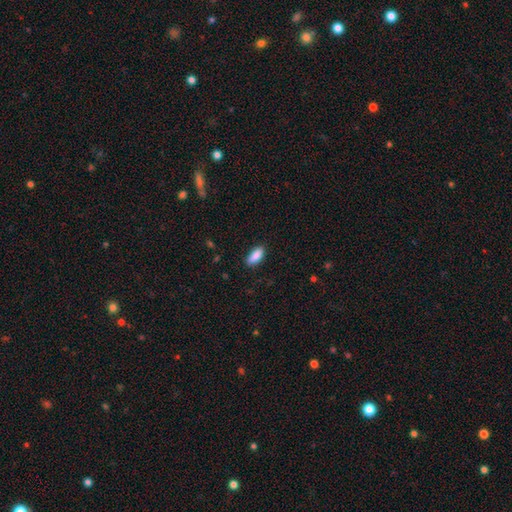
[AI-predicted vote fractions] Overall: smooth (87%). How rounded: in between (80%). Merging: none (84%).